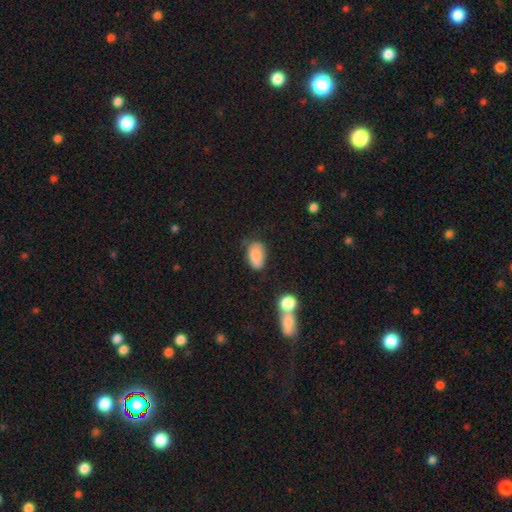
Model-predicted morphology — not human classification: Smooth or featured? Predicted: smooth (p=0.83). How rounded? Predicted: in between (p=0.90). Merging? Predicted: none (p=0.58).